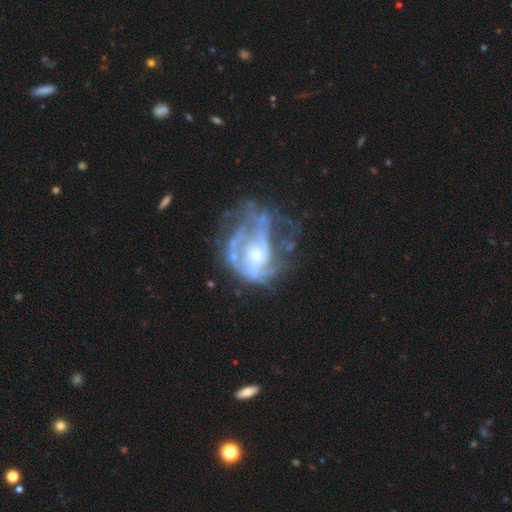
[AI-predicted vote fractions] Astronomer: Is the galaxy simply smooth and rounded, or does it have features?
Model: featured or disk — 76%.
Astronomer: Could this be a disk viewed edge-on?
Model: no — 98%.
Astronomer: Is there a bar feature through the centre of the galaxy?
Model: no — 77%.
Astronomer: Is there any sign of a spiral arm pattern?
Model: yes — 57% (runner-up: no, 43%).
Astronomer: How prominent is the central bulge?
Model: moderate — 53%.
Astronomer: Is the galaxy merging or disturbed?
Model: major disturbance — 43% (runner-up: none, 29%).